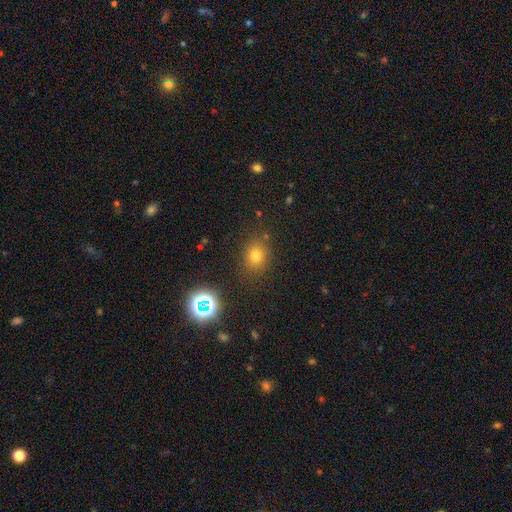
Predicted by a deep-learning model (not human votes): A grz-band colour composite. It shows a smooth galaxy with no disk features (68%) that is round (60%). Merging: none (84%).